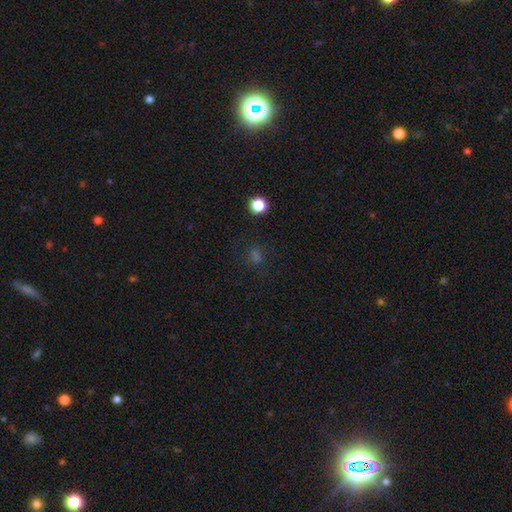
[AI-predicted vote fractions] smooth_or_featured: smooth (p=0.55) [alt: star or artifact p=0.36]
how_rounded: round (p=0.61) [alt: in between p=0.36]
merging: none (p=0.75) [alt: minor disturbance p=0.13]